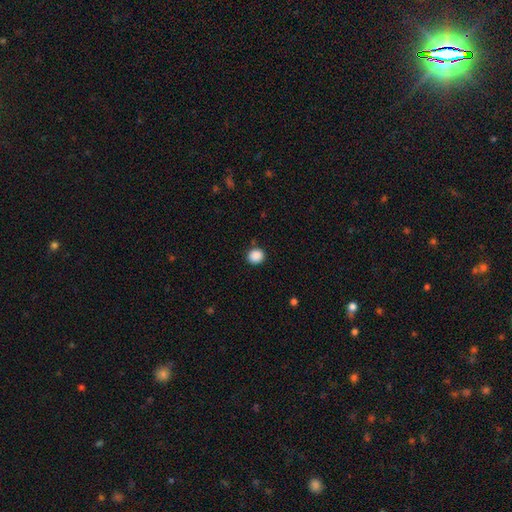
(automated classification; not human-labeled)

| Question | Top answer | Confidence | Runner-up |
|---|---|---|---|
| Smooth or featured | smooth | 88% | star or artifact (9%) |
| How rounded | round | 84% | in between (15%) |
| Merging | none | 87% | minor disturbance (9%) |